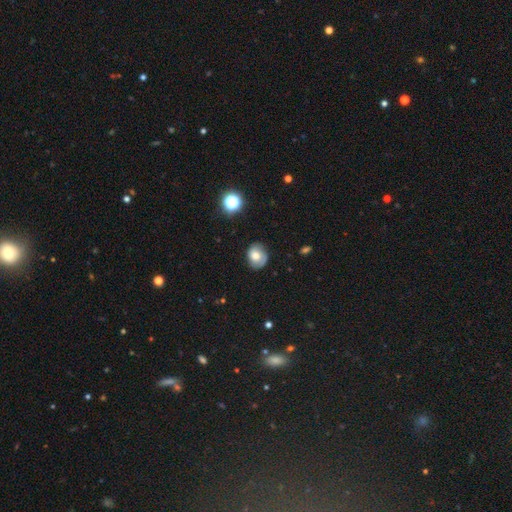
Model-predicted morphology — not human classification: Overall: smooth (60%; featured or disk 30%). How rounded: round (60%; in between 39%). Merging: none (70%).